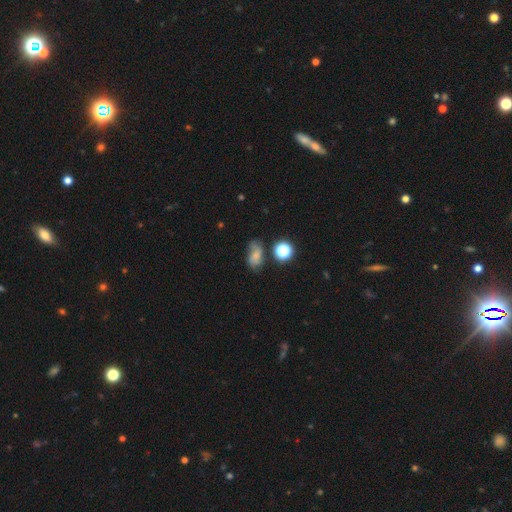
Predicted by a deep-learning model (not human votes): Smooth or featured?
  - smooth: 53% *
  - featured or disk: 29%
  - star or artifact: 18%
How rounded?
  - in between: 74% *
  - round: 23%
  - cigar-shaped: 3%
Merging?
  - none: 50% *
  - minor disturbance: 29%
  - major disturbance: 14%
  - merger: 8%